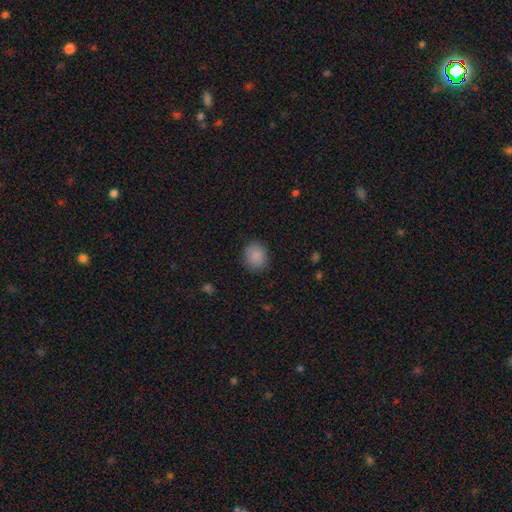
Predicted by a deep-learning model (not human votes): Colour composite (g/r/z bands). It shows a smooth galaxy with no disk features (88%) that is round (73%). Merging: none (88%).